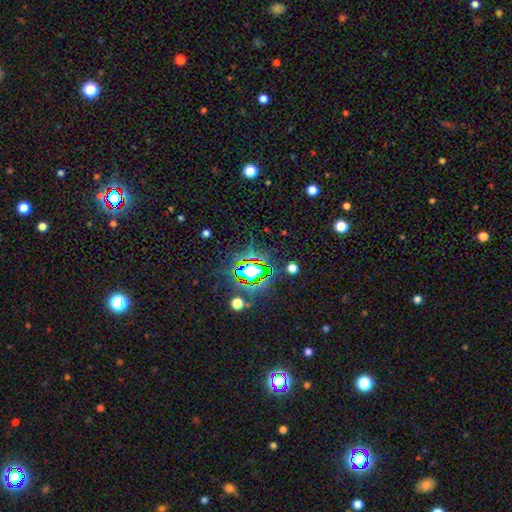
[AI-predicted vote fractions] Smooth or featured? star or artifact (80%)